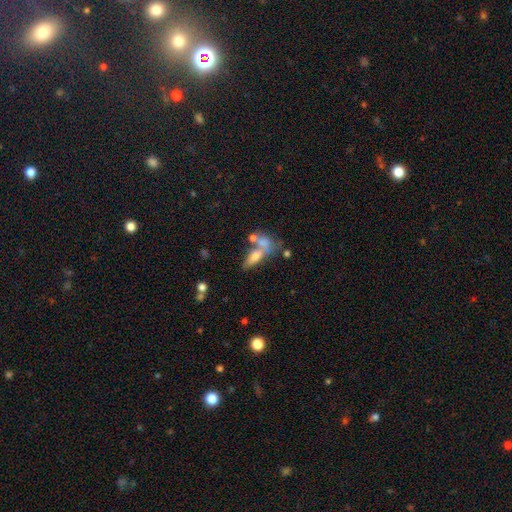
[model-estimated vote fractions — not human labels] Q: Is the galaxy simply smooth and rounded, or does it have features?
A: smooth — 63%.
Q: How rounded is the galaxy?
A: in between — 67%.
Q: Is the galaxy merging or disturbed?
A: merger — 47%.